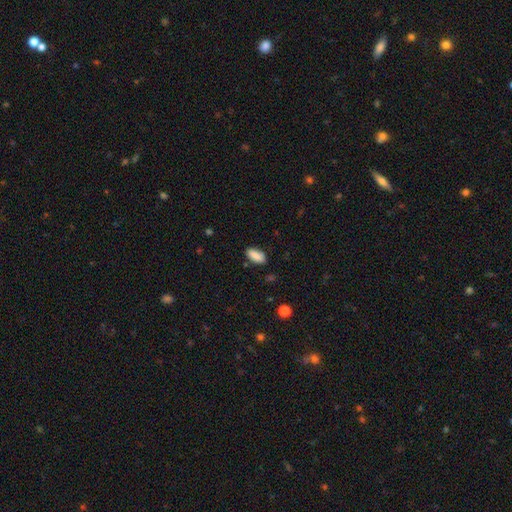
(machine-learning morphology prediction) type=smooth (88%); roundness=in between (84%); merging=none (83%).